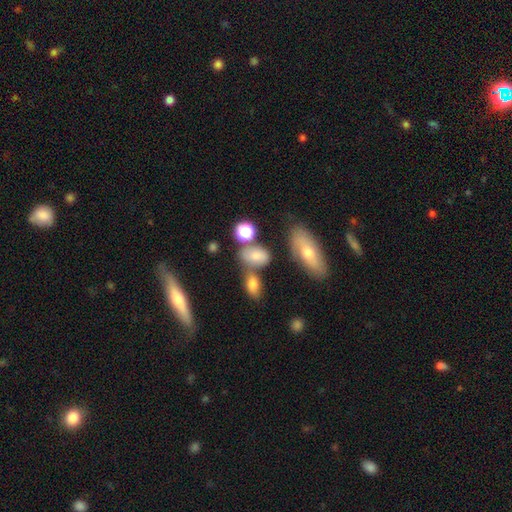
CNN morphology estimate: A smooth galaxy with no disk features (73%) that is in between round and cigar-shaped (80%).

Vote fractions:
- Smooth or featured? smooth: 73% / star or artifact: 14% / featured or disk: 13%
- How rounded? in between: 80% / round: 17% / cigar-shaped: 3%
- Merging? none: 53% / merger: 24% / minor disturbance: 16% / major disturbance: 7%